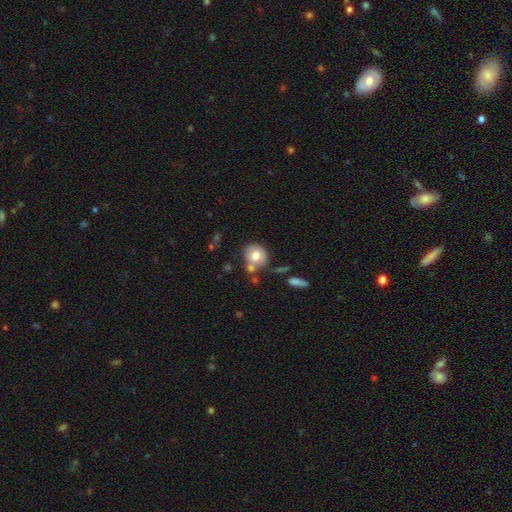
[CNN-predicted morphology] A smooth galaxy with no disk features (72%) that is round (78%).

Vote fractions:
- Smooth or featured? smooth: 72% / featured or disk: 19% / star or artifact: 9%
- How rounded? round: 78% / in between: 21% / cigar-shaped: 1%
- Merging? none: 60% / merger: 18% / minor disturbance: 16% / major disturbance: 5%